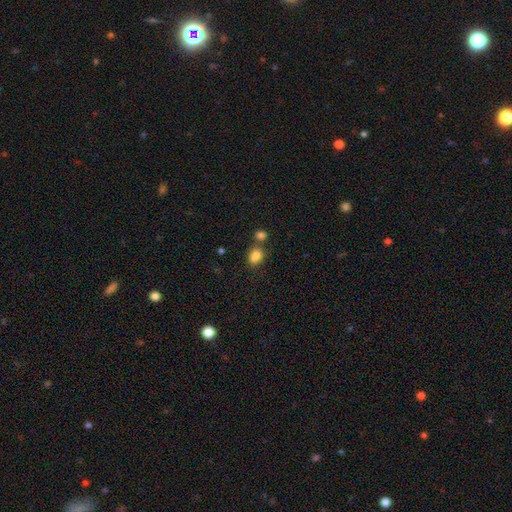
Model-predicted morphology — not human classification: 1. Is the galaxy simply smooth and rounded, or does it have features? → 83% smooth, 11% star or artifact, 6% featured or disk.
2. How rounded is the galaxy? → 61% in between, 37% round, 1% cigar-shaped.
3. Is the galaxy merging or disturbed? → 54% none, 29% merger, 13% minor disturbance, 5% major disturbance.